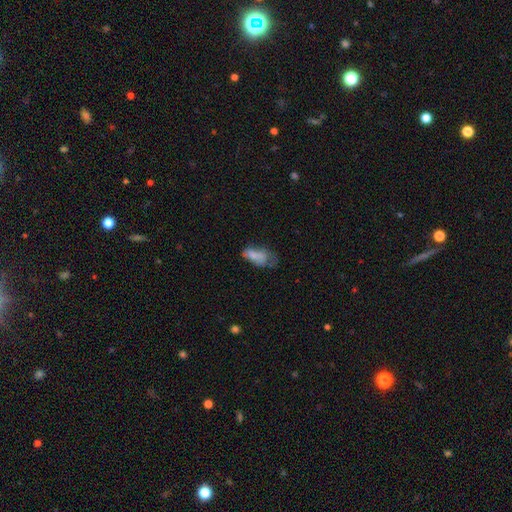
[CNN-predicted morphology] The model was most divided on "merging": major disturbance: 34%, minor disturbance: 27%, none: 27%, merger: 12%. More confident: how rounded — in between (87%); smooth or featured — smooth (68%).